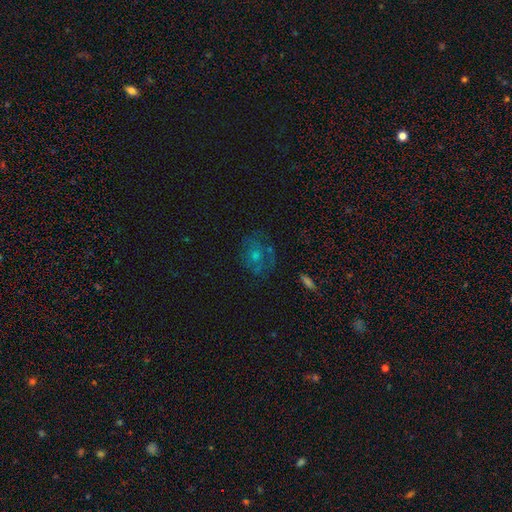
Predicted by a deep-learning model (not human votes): smooth-or-featured: featured or disk: 43% | smooth: 40% | star or artifact: 17%
  merging: none: 58% | minor disturbance: 21% | major disturbance: 17% | merger: 4%